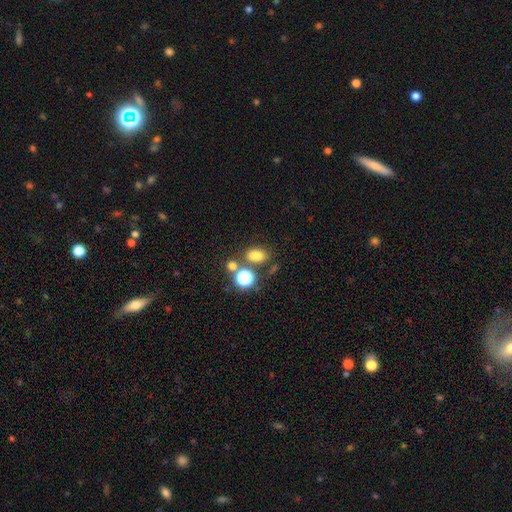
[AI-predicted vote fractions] A smooth galaxy with no disk features (76%) that is in between round and cigar-shaped (69%). Merging: none (67%).